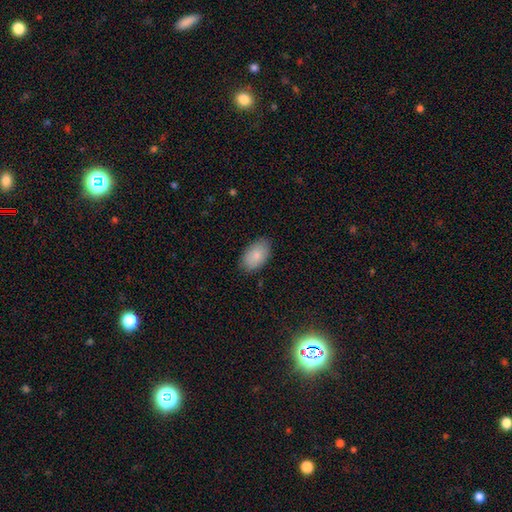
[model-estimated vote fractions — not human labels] This is clearly a smooth galaxy (86%). How rounded: clearly in between (93%). Merging: clearly none (84%).